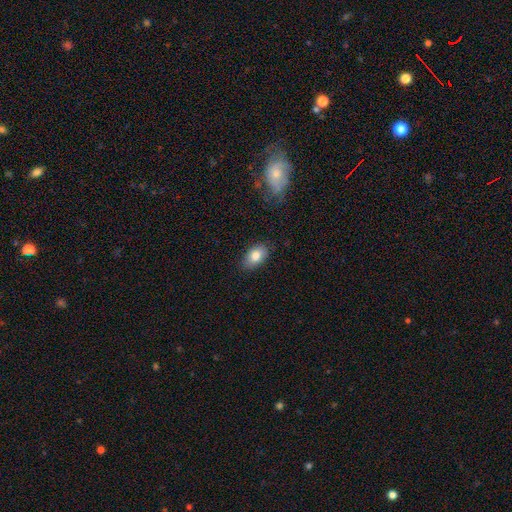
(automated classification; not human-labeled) A smooth galaxy with no disk features (81%) that is in between round and cigar-shaped (88%). Merging: none (85%).